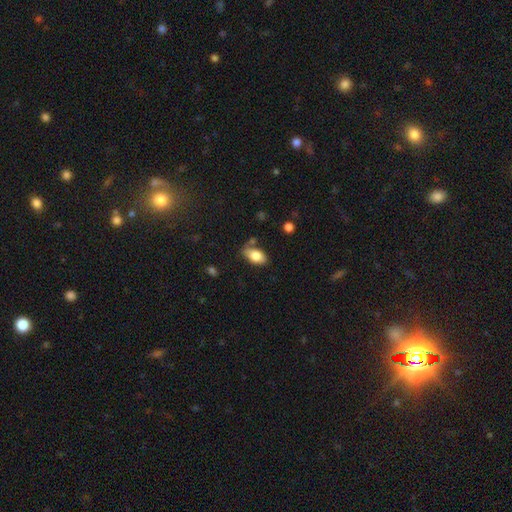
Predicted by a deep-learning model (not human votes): A smooth galaxy with no disk features (82%) that is in between round and cigar-shaped (92%).

Vote fractions:
- Smooth or featured? smooth: 82% / featured or disk: 11% / star or artifact: 7%
- How rounded? in between: 92% / round: 5% / cigar-shaped: 3%
- Merging? none: 66% / minor disturbance: 20% / merger: 9% / major disturbance: 5%